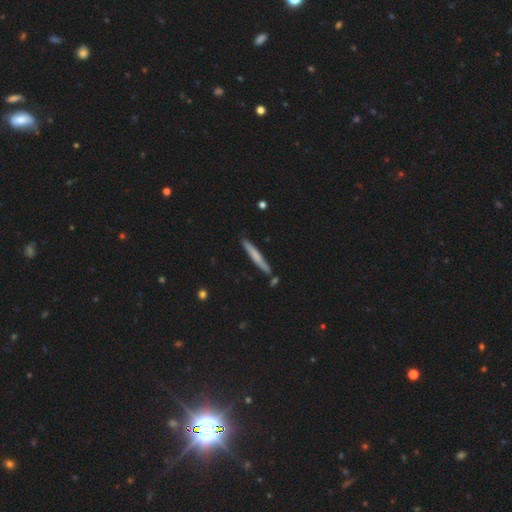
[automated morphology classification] smooth_or_featured: smooth (p=0.65) [alt: featured or disk p=0.30]
how_rounded: cigar-shaped (p=0.96) [alt: in between p=0.03]
merging: none (p=0.85) [alt: minor disturbance p=0.10]